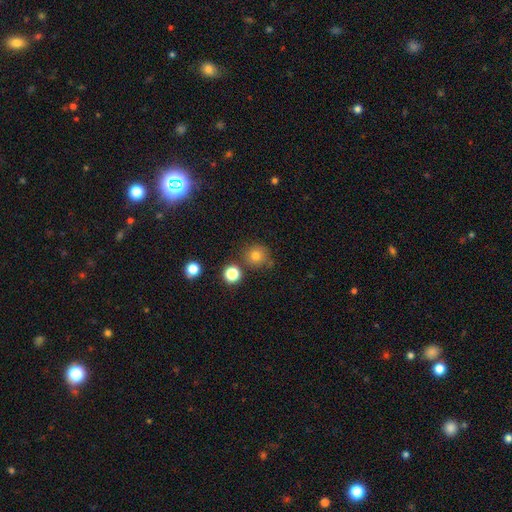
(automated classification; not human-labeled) Smooth or featured? smooth (77%)
How rounded? round (92%)
Merging? none (75%)